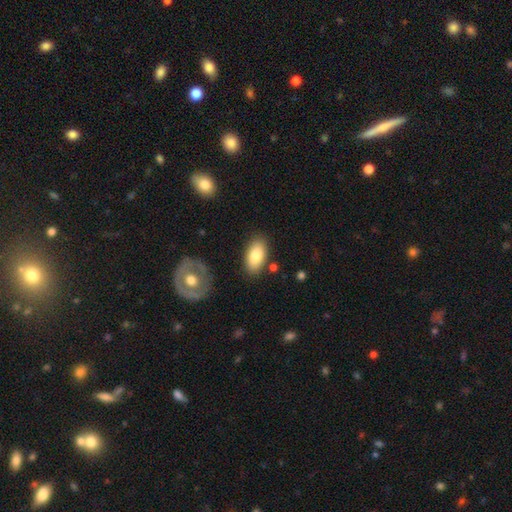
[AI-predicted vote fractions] The model was most divided on "smooth or featured": smooth: 82%, featured or disk: 11%, star or artifact: 6%. More confident: how rounded — in between (93%); merging — none (83%).